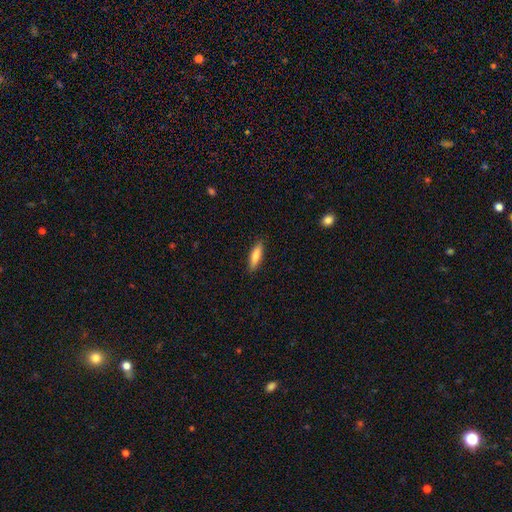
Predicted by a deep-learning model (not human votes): The model was most divided on "how rounded": cigar-shaped: 60%, in between: 39%, round: 2%. More confident: merging — none (89%); smooth or featured — smooth (82%).